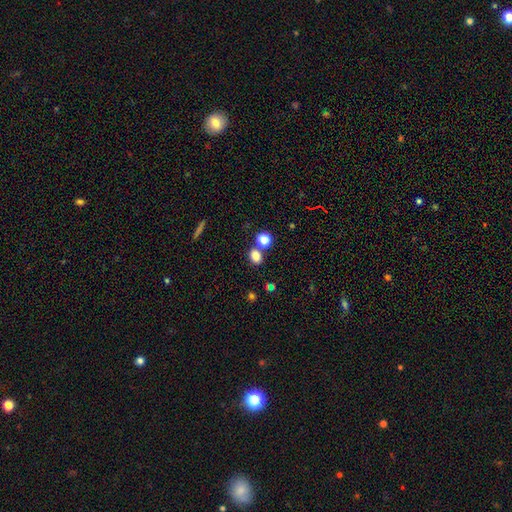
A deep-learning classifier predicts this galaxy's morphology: Q: Smooth or featured?
A: smooth (80%); runner-up: star or artifact (14%)
Q: How rounded?
A: in between (62%); runner-up: round (37%)
Q: Merging?
A: none (66%); runner-up: merger (20%)